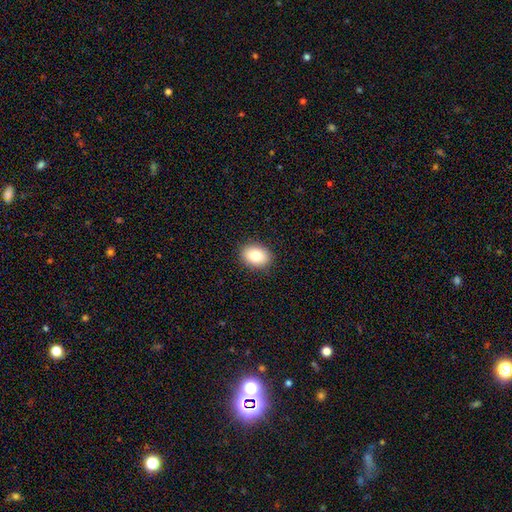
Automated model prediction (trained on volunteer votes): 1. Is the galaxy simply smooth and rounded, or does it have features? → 79% smooth, 12% featured or disk, 9% star or artifact.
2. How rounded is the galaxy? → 66% in between, 33% round, 1% cigar-shaped.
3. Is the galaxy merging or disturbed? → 89% none, 8% minor disturbance, 2% major disturbance, 1% merger.